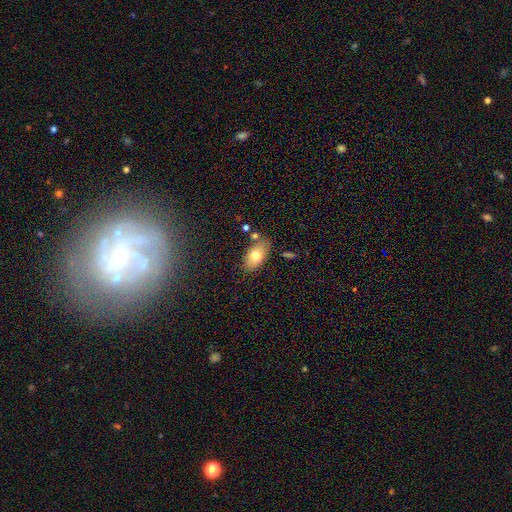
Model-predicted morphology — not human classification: smooth_or_featured: smooth (p=0.74) [alt: featured or disk p=0.18]
how_rounded: in between (p=0.91) [alt: round p=0.07]
merging: none (p=0.75) [alt: minor disturbance p=0.14]